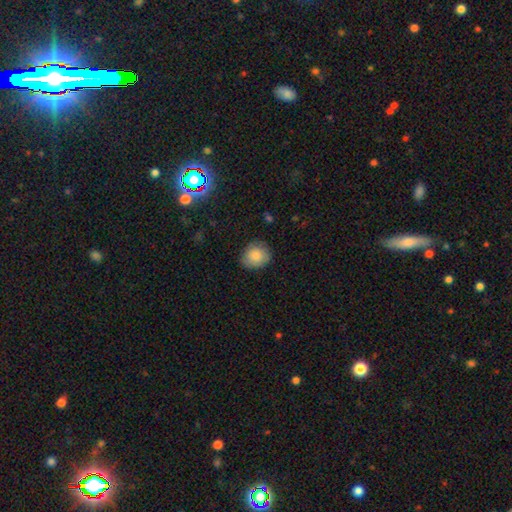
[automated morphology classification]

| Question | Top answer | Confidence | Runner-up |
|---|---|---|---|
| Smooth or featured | smooth | 83% | featured or disk (9%) |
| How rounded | round | 74% | in between (25%) |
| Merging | none | 78% | minor disturbance (17%) |